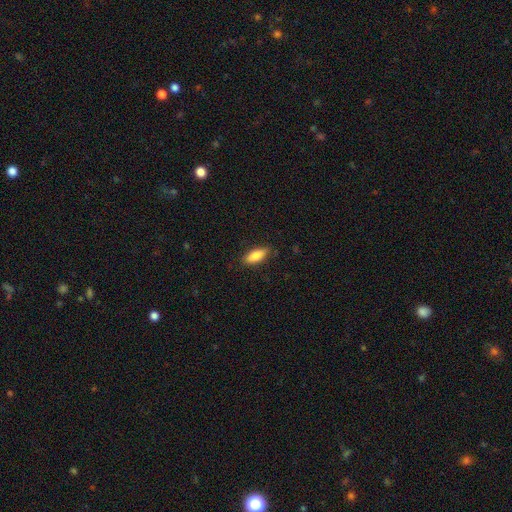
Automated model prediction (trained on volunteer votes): smooth 84%, featured or disk 10%, star or artifact 6%. Down the decision tree: how rounded — in between (71%); merging — none (85%).